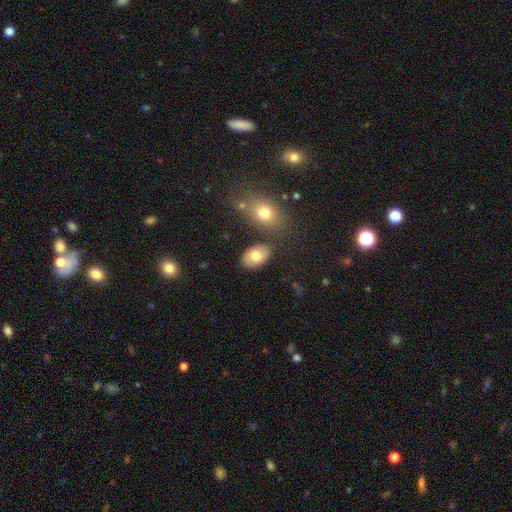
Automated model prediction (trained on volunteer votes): Smooth or featured?
  - smooth: 76% *
  - featured or disk: 16%
  - star or artifact: 8%
How rounded?
  - in between: 89% *
  - round: 10%
  - cigar-shaped: 1%
Merging?
  - none: 78% *
  - minor disturbance: 11%
  - merger: 7%
  - major disturbance: 3%